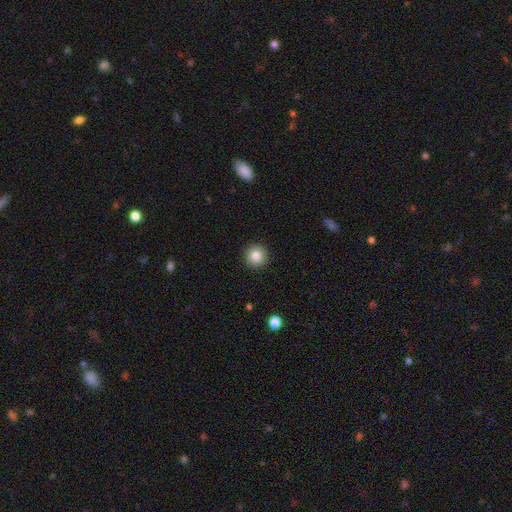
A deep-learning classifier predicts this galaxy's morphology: A smooth galaxy with no disk features (84%) that is round (96%).

Vote fractions:
- Smooth or featured? smooth: 84% / star or artifact: 10% / featured or disk: 7%
- How rounded? round: 96% / in between: 3% / cigar-shaped: 1%
- Merging? none: 93% / minor disturbance: 5% / major disturbance: 2% / merger: 1%